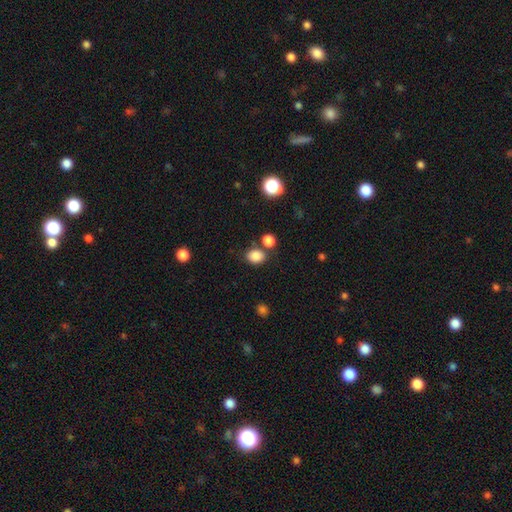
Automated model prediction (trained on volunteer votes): smooth_or_featured: smooth (p=0.84) [alt: star or artifact p=0.11]
how_rounded: round (p=0.53) [alt: in between p=0.46]
merging: none (p=0.71) [alt: merger p=0.14]